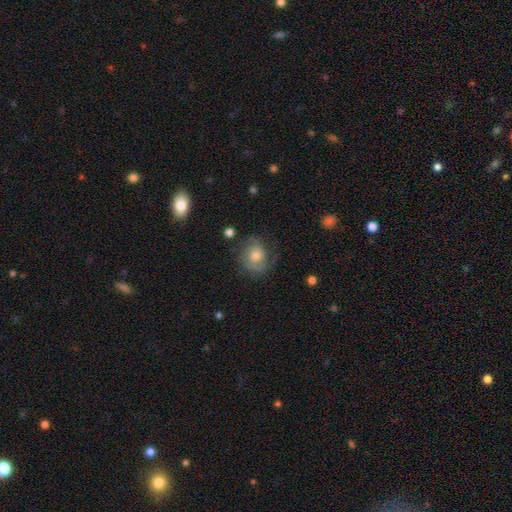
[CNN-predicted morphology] smooth-or-featured: featured or disk: 51% | smooth: 39% | star or artifact: 10%
  disk-edge-on: no: 97% | yes: 3%
  merging: none: 68% | minor disturbance: 19% | major disturbance: 11% | merger: 2%